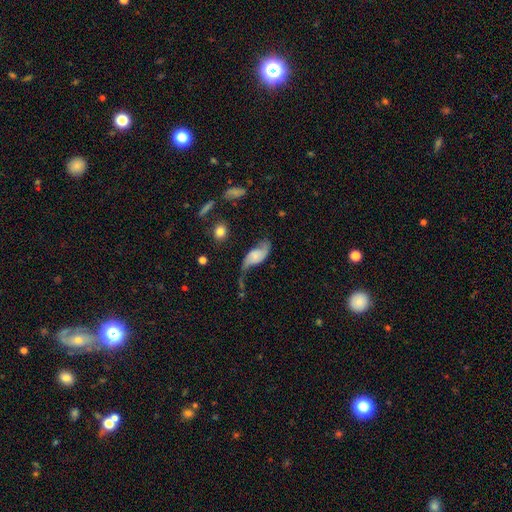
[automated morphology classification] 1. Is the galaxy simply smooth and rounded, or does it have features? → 68% featured or disk, 24% smooth, 7% star or artifact.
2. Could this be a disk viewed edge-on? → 94% no, 6% yes.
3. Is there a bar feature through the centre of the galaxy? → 62% no, 30% weak, 9% strong.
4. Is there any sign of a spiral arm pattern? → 91% yes, 9% no.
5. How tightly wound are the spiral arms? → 81% loose, 14% medium, 5% tight.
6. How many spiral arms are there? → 88% 2, 6% 1, 4% can't tell, 1% 3, 1% 4, 1% more than 4.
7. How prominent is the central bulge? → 44% small, 26% none, 21% moderate, 6% large, 3% dominant.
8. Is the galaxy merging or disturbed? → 41% none, 26% major disturbance, 26% minor disturbance, 7% merger.